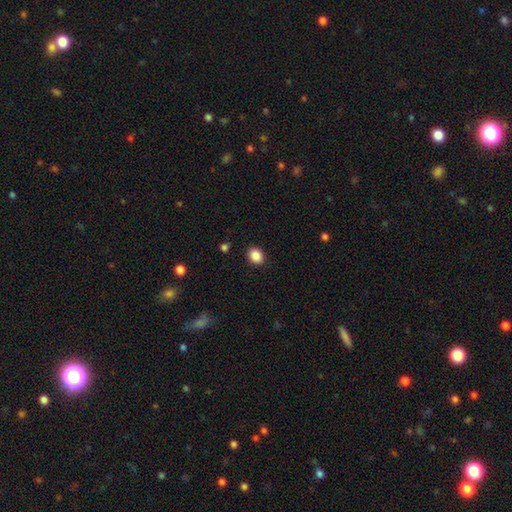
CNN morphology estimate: smooth 88%, star or artifact 9%, featured or disk 3%. Down the decision tree: how rounded — round (53%); merging — none (90%).